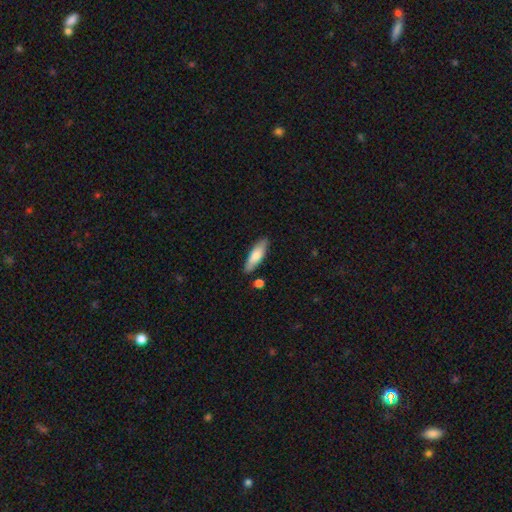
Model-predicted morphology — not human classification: A smooth galaxy with no disk features (77%) that is cigar-shaped (50%).

Vote fractions:
- Smooth or featured? smooth: 77% / featured or disk: 17% / star or artifact: 6%
- How rounded? cigar-shaped: 50% / in between: 48% / round: 2%
- Merging? none: 81% / minor disturbance: 13% / merger: 4% / major disturbance: 3%